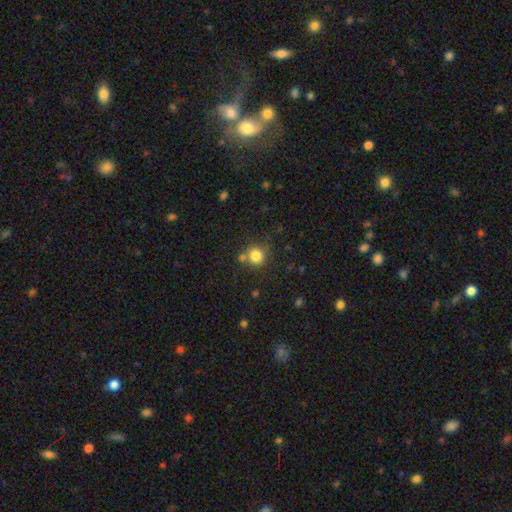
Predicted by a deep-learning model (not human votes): A smooth galaxy with no disk features (81%) that is round (91%). Merging: none (70%).